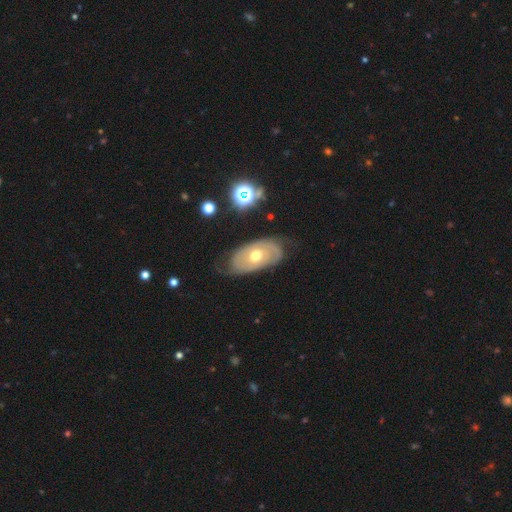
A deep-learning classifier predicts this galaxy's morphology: Overall: featured or disk (68%). Edge-on disk: no (92%). Bar: no (85%). Spiral arms: yes (63%; no 37%). Bulge size: moderate (79%). Merging: none (68%).